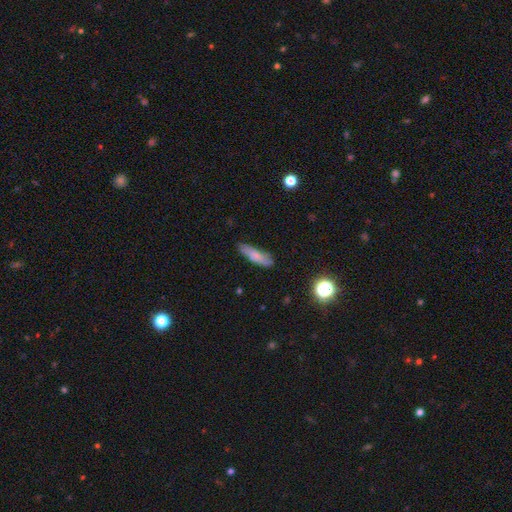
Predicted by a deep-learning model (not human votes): This appears to be a smooth galaxy with no disk features (71%) that is cigar-shaped (61%). Merging: none (74%).